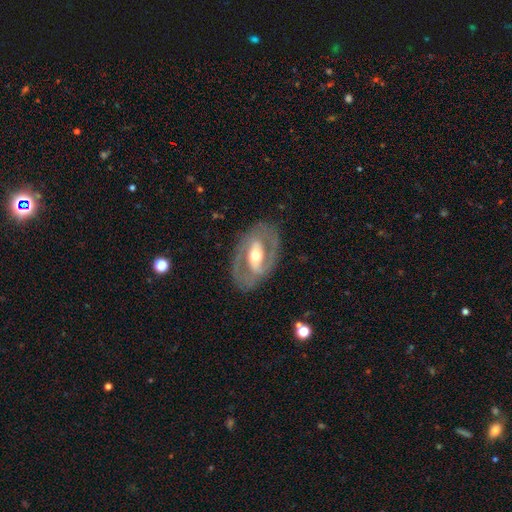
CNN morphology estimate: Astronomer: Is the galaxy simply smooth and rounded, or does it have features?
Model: featured or disk — 81%.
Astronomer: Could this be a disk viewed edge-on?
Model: no — 94%.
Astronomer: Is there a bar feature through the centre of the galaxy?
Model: strong — 45% (runner-up: weak, 33%).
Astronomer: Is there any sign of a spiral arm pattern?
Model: yes — 78%.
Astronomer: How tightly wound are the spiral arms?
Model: medium — 50% (runner-up: tight, 31%).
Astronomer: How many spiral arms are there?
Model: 2 — 85%.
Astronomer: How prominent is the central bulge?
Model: moderate — 67%.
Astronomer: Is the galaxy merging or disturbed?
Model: none — 79%.